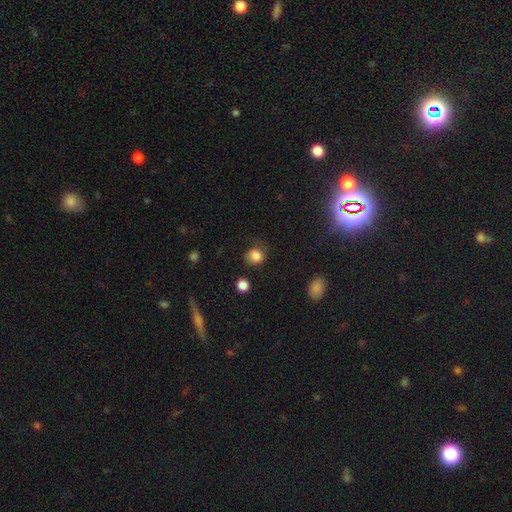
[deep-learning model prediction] Smooth or featured?
  - smooth: 83% *
  - star or artifact: 10%
  - featured or disk: 7%
How rounded?
  - round: 72% *
  - in between: 27%
  - cigar-shaped: 1%
Merging?
  - none: 60% *
  - minor disturbance: 25%
  - major disturbance: 13%
  - merger: 3%